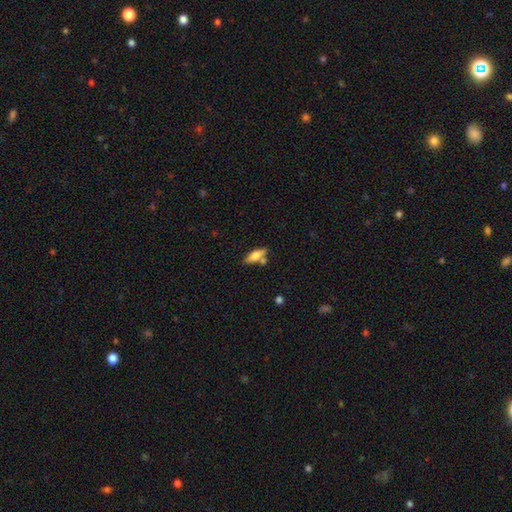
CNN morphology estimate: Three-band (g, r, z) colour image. It shows a smooth galaxy with no disk features (60%) that is in between round and cigar-shaped (60%). Merging: none (64%).